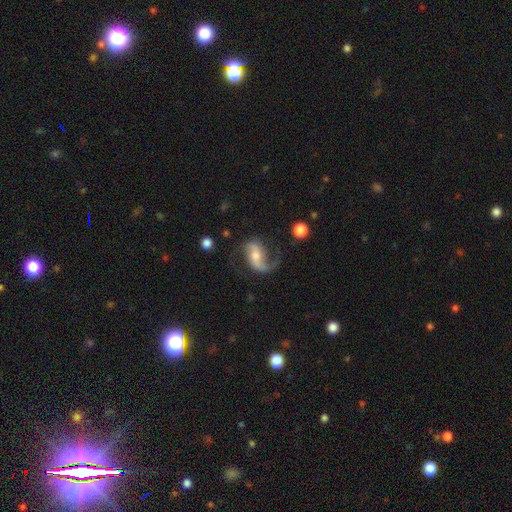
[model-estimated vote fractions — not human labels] Smooth or featured? featured or disk (84%)
Edge-on disk? no (97%)
Bar? weak (40%)
Spiral arms? yes (95%)
Spiral winding? loose (65%)
Spiral arm count? 2 (75%)
Bulge size? moderate (55%)
Merging? none (59%)